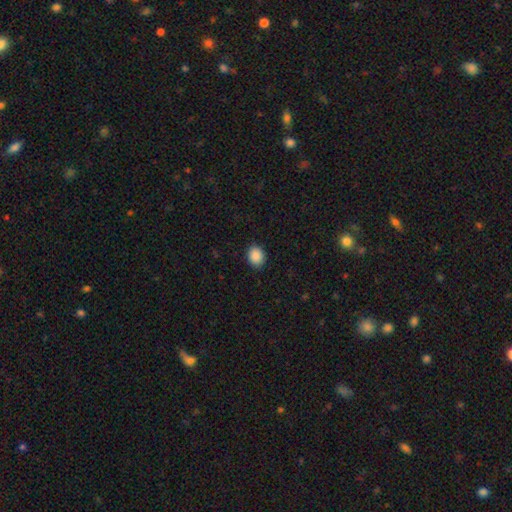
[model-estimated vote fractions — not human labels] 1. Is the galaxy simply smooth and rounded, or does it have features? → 89% smooth, 8% star or artifact, 3% featured or disk.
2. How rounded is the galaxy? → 57% round, 42% in between, 1% cigar-shaped.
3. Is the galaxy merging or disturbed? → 90% none, 7% minor disturbance, 2% major disturbance, 1% merger.